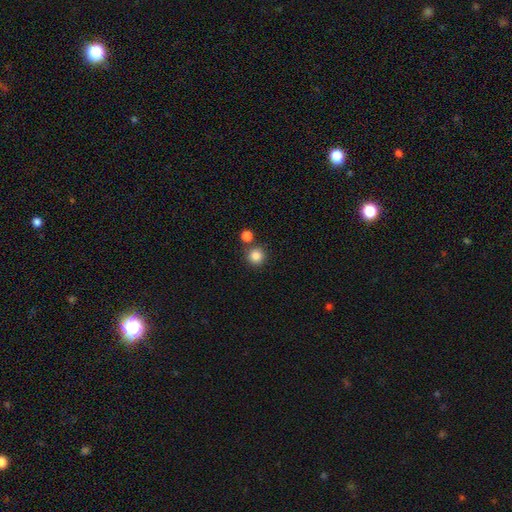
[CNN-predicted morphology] Smooth or featured: smooth — 85% (star or artifact — 11%)
How rounded: round — 94% (in between — 5%)
Merging: none — 77% (merger — 13%)